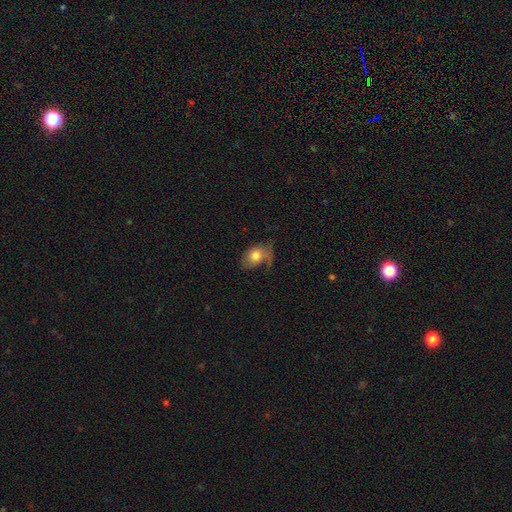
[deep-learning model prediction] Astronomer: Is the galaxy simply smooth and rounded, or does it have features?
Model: smooth — 68%.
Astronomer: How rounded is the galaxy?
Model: in between — 80%.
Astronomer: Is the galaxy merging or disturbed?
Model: none — 38% (runner-up: minor disturbance, 31%).